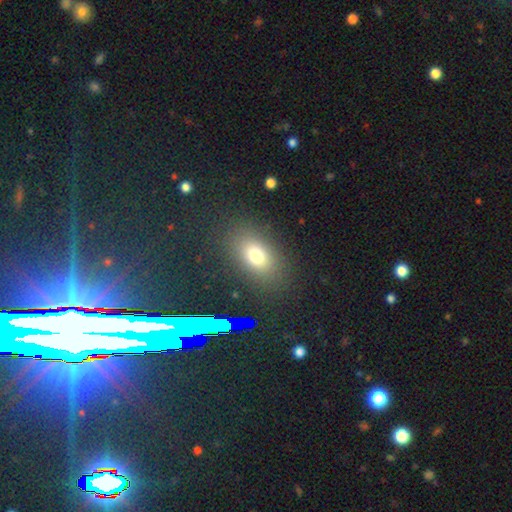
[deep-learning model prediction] smooth 72%, star or artifact 15%, featured or disk 13%. Down the decision tree: how rounded — in between (76%); merging — none (84%).